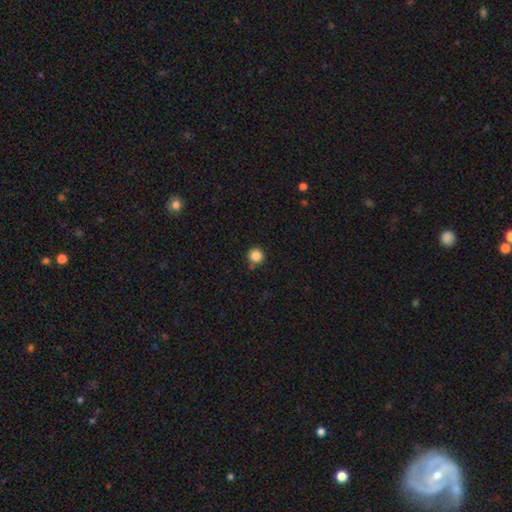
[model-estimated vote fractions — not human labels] Smooth or featured? Predicted: smooth (p=0.86). How rounded? Predicted: round (p=0.95). Merging? Predicted: none (p=0.82).